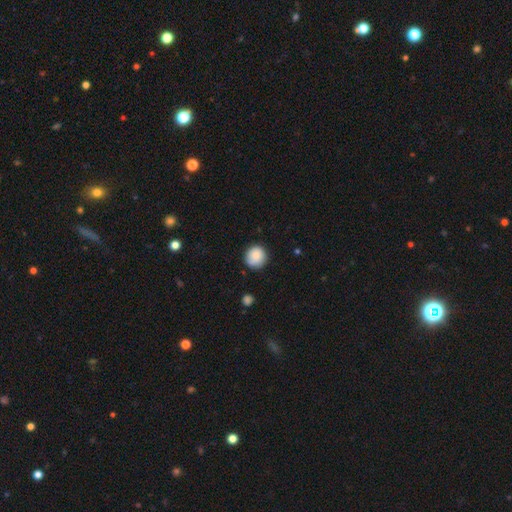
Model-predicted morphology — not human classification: This is clearly a smooth galaxy (84%). How rounded: clearly round (91%). Merging: clearly none (80%).